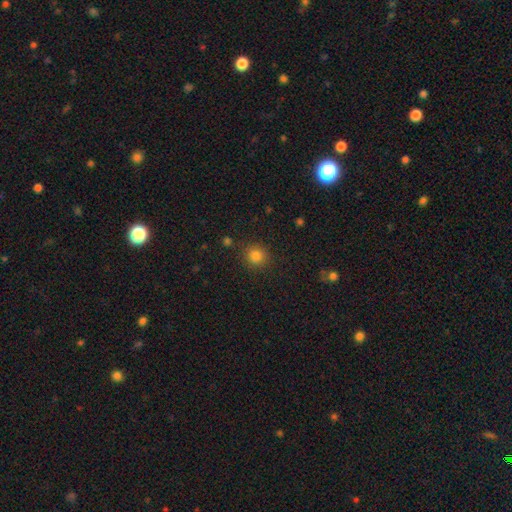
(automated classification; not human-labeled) Overall: smooth (81%). How rounded: round (90%). Merging: none (87%).